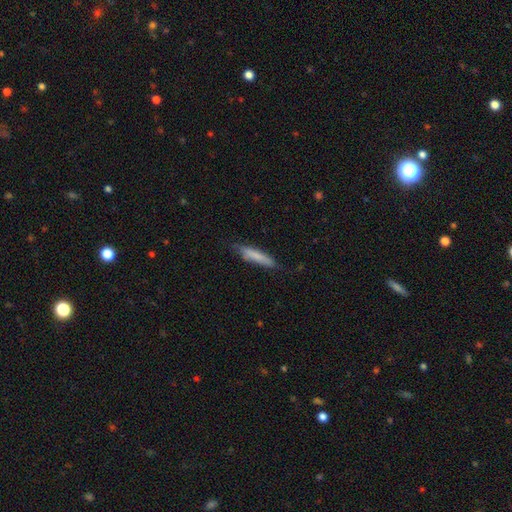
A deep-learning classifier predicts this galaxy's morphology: type=smooth (75%); roundness=cigar-shaped (87%); merging=none (73%).